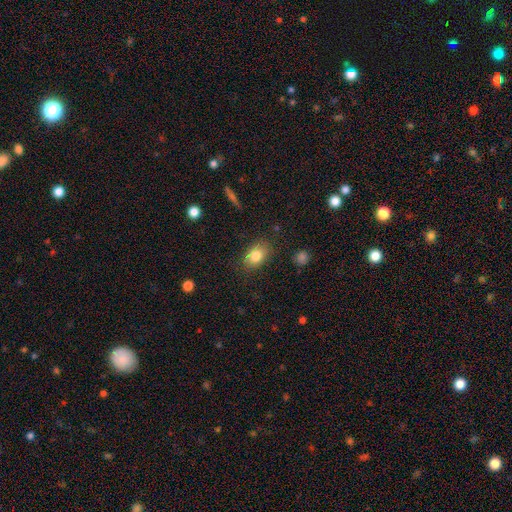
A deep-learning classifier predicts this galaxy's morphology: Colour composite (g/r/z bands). It shows a smooth galaxy with no disk features (80%) that is in between round and cigar-shaped (79%). Merging: none (79%).